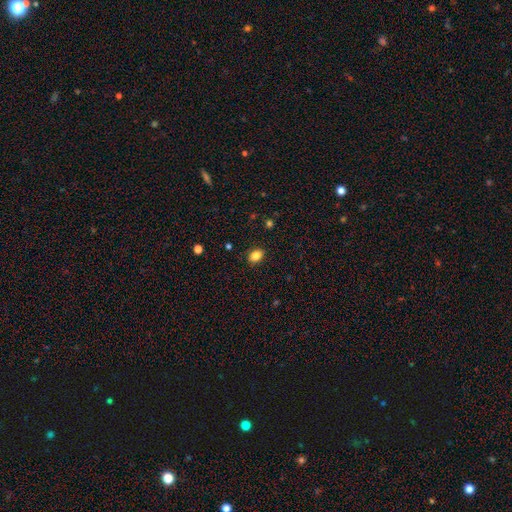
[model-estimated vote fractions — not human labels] Overall: smooth (85%). How rounded: in between (74%). Merging: none (88%).